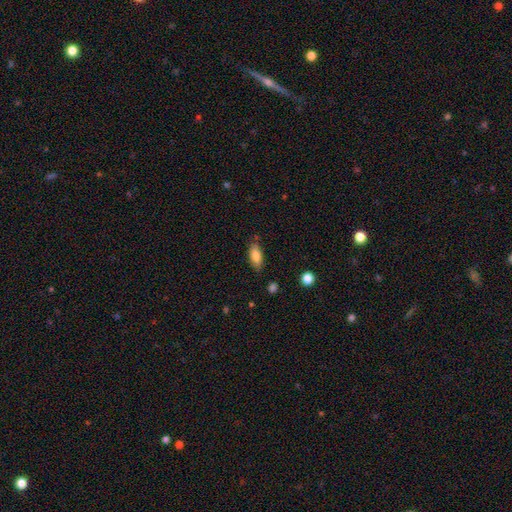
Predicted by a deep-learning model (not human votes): The model was most divided on "merging": none: 79%, minor disturbance: 16%, major disturbance: 3%, merger: 3%. More confident: how rounded — in between (80%); smooth or featured — smooth (80%).